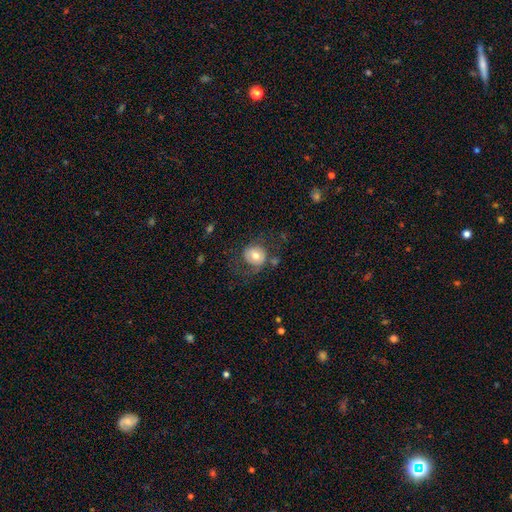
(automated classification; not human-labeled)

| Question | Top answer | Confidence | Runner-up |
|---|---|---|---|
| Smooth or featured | smooth | 62% | featured or disk (29%) |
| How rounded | round | 82% | in between (17%) |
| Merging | none | 61% | minor disturbance (18%) |